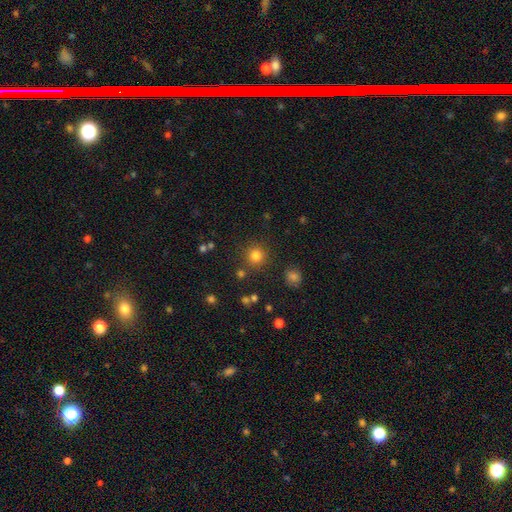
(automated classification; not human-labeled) Morphology: type=smooth (81%); roundness=round (93%); merging=none (86%).